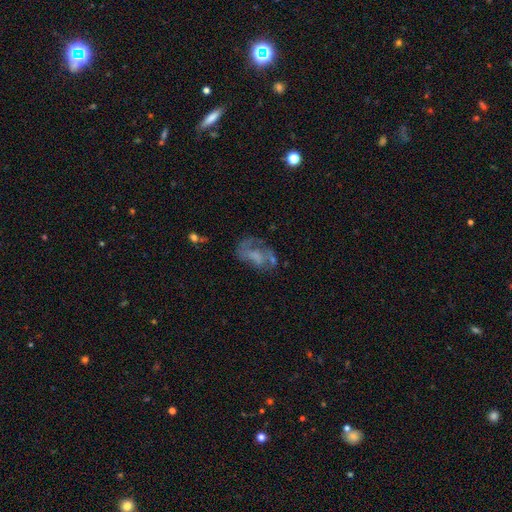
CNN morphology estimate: featured or disk 56%, smooth 32%, star or artifact 13%. Down the decision tree: edge-on disk — no (96%); bar — no (74%); spiral arms — no (57%); bulge size — none (51%); merging — none (40%).